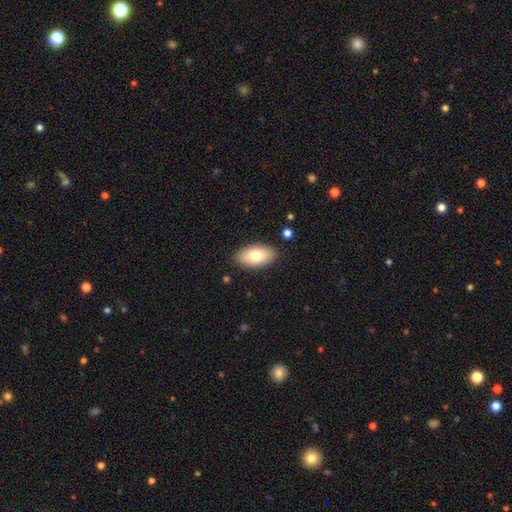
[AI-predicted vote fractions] This appears to be a smooth galaxy with no disk features (75%) that is in between round and cigar-shaped (93%). Merging: none (86%).